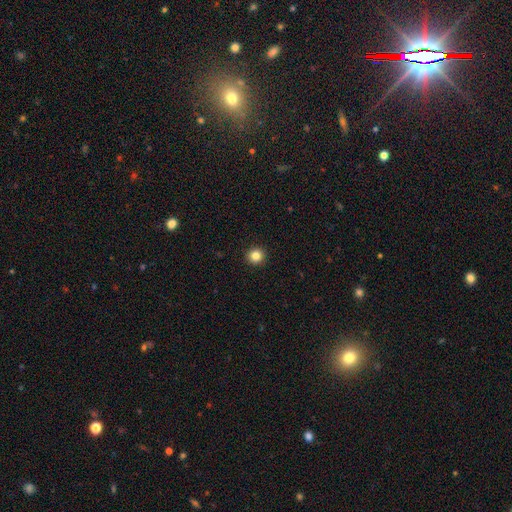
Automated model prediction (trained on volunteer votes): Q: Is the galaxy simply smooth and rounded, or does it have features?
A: smooth — 84%.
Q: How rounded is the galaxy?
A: round — 93%.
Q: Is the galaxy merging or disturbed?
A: none — 94%.